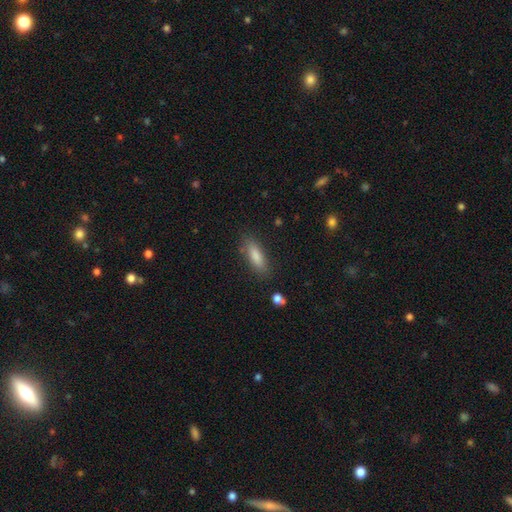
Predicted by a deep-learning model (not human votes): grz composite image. It shows a smooth galaxy with no disk features (81%) that is in between round and cigar-shaped (52%). Merging: none (85%).